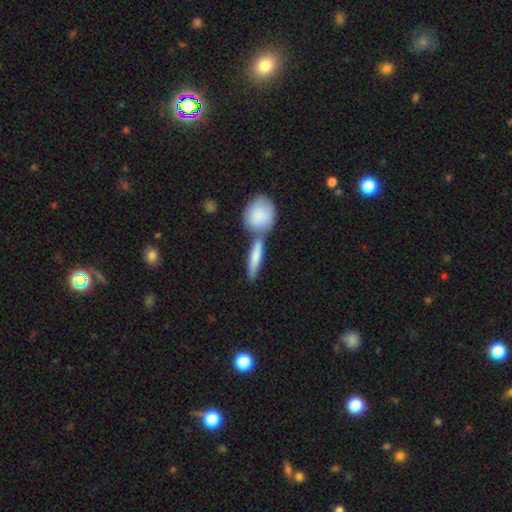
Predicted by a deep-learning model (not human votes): smooth-or-featured: smooth: 72% | featured or disk: 22% | star or artifact: 6%
  how-rounded: cigar-shaped: 70% | in between: 24% | round: 6%
  merging: none: 50% | merger: 36% | minor disturbance: 10% | major disturbance: 4%